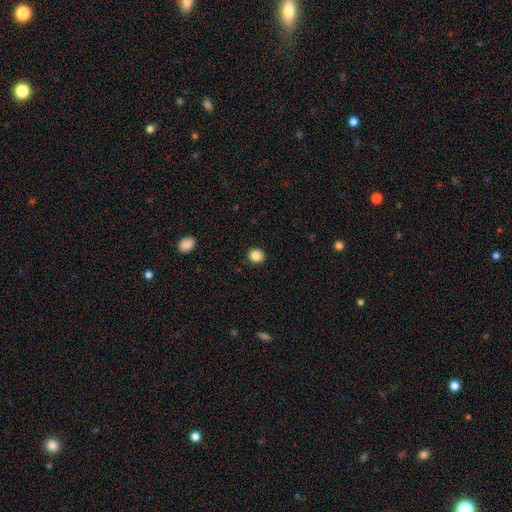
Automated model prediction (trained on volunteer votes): Smooth or featured: smooth — 85% (star or artifact — 10%)
How rounded: round — 85% (in between — 14%)
Merging: none — 92% (minor disturbance — 5%)